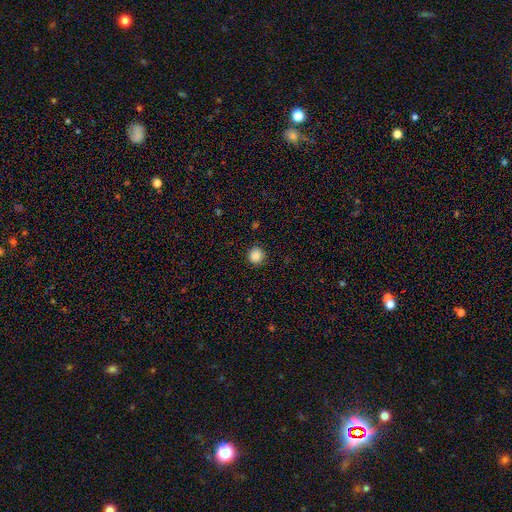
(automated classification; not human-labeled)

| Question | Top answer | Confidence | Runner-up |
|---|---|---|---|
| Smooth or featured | smooth | 87% | star or artifact (10%) |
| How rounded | round | 94% | in between (6%) |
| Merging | none | 90% | minor disturbance (7%) |